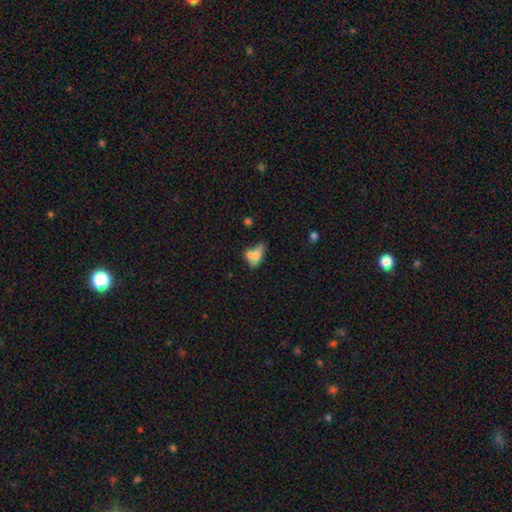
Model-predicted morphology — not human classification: Smooth or featured? Predicted: smooth (p=0.64). How rounded? Predicted: in between (p=0.79). Merging? Predicted: merger (p=0.41).